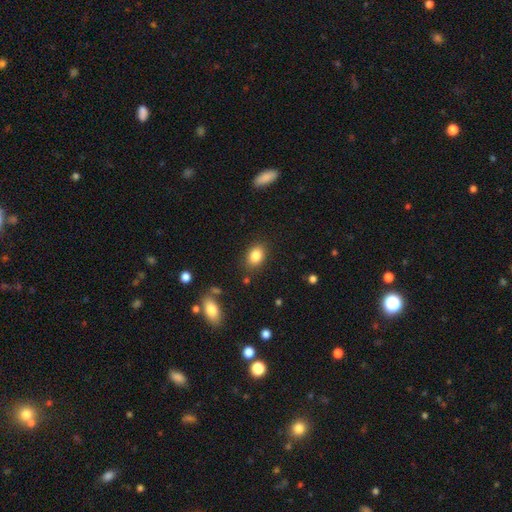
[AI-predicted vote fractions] The model was most divided on "how rounded": in between: 72%, round: 27%, cigar-shaped: 1%. More confident: smooth or featured — smooth (85%); merging — none (84%).